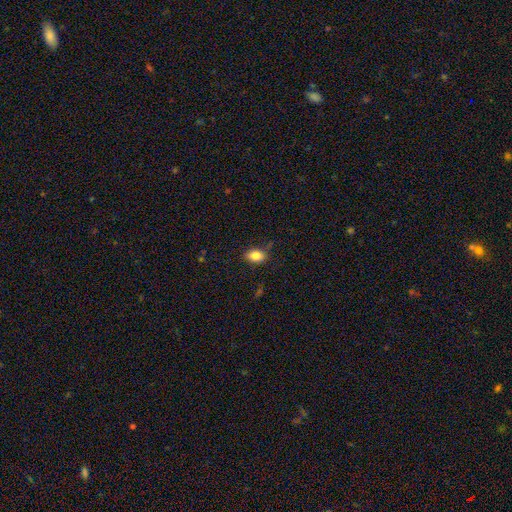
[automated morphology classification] A smooth galaxy with no disk features (84%) that is in between round and cigar-shaped (81%).

Vote fractions:
- Smooth or featured? smooth: 84% / star or artifact: 9% / featured or disk: 7%
- How rounded? in between: 81% / round: 17% / cigar-shaped: 2%
- Merging? none: 77% / minor disturbance: 18% / major disturbance: 4% / merger: 2%